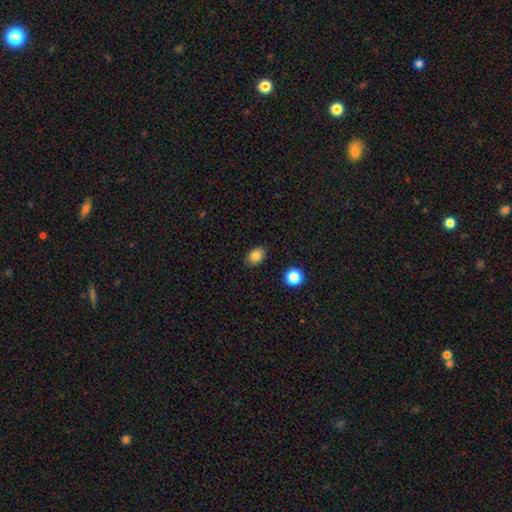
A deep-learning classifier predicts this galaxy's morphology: type=smooth (83%); roundness=in between (67%); merging=none (87%).